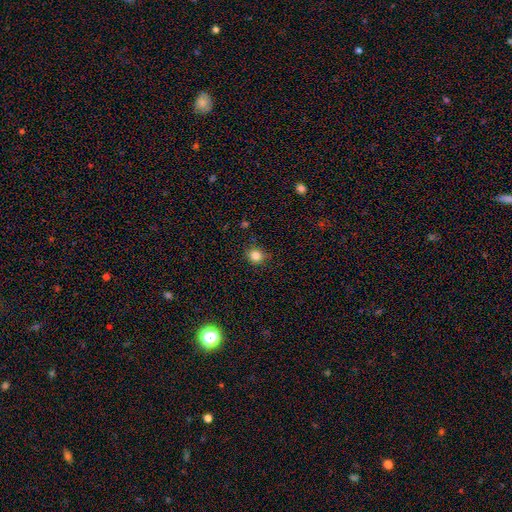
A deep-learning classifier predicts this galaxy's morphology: A smooth galaxy with no disk features (83%) that is round (79%).

Vote fractions:
- Smooth or featured? smooth: 83% / star or artifact: 12% / featured or disk: 5%
- How rounded? round: 79% / in between: 20% / cigar-shaped: 1%
- Merging? none: 84% / minor disturbance: 12% / major disturbance: 3% / merger: 1%